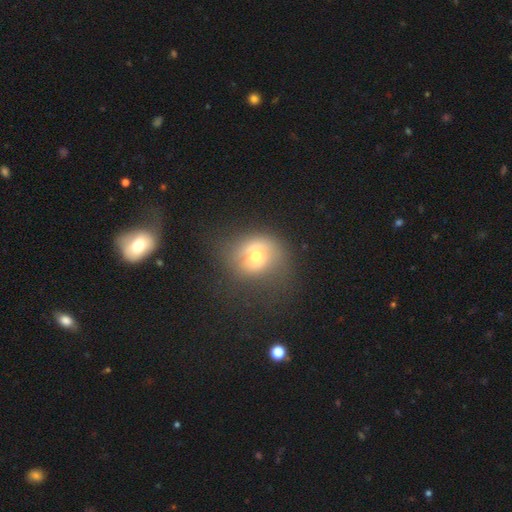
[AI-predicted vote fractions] Q: Smooth or featured?
A: smooth (55%); runner-up: featured or disk (33%)
Q: How rounded?
A: round (69%); runner-up: in between (30%)
Q: Merging?
A: none (48%); runner-up: minor disturbance (27%)